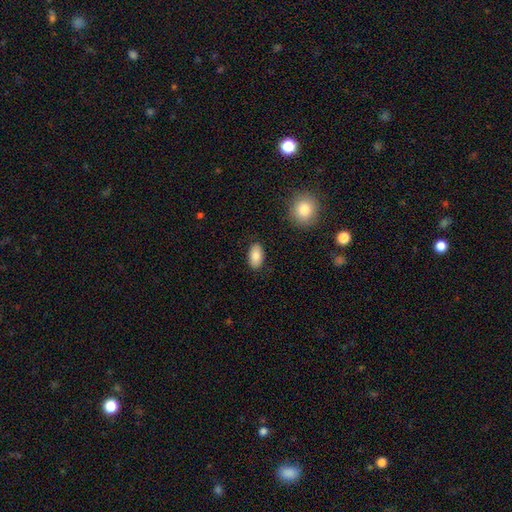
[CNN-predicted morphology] Smooth or featured: smooth — 85% (featured or disk — 8%)
How rounded: in between — 93% (round — 5%)
Merging: none — 87% (minor disturbance — 10%)